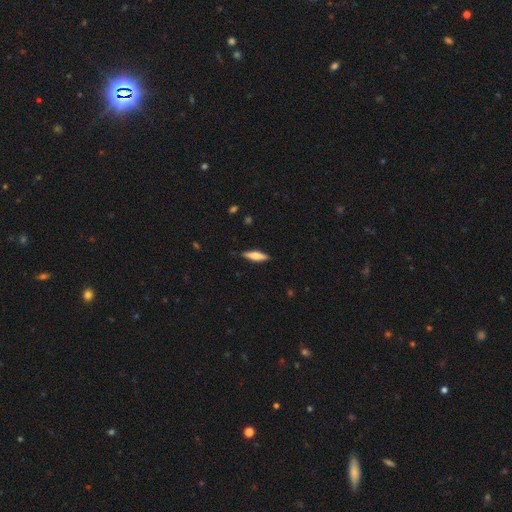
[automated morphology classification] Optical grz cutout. It shows a smooth galaxy with no disk features (67%) that is cigar-shaped (67%). Merging: none (88%).